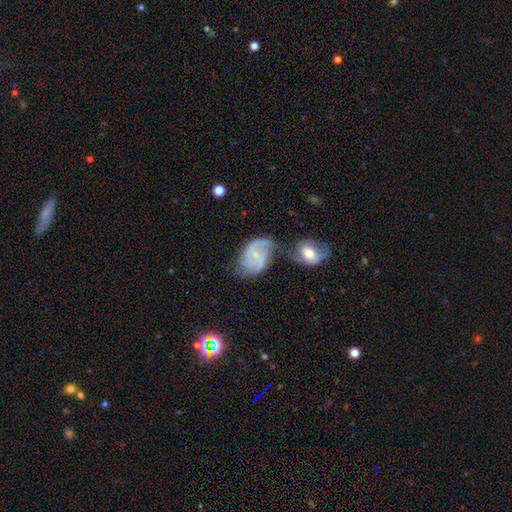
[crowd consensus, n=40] A featured or disk galaxy (72%) with no bar (64%), 2 (61%) medium (50%) spiral arms (100%) and a small central bulge (64%). Merging: none (42%).